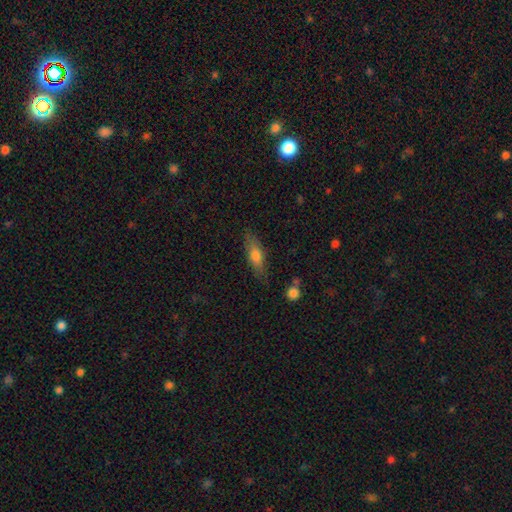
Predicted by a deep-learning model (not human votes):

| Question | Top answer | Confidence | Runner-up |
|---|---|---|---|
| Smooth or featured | smooth | 69% | featured or disk (24%) |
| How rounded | in between | 54% | cigar-shaped (43%) |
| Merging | none | 79% | minor disturbance (15%) |